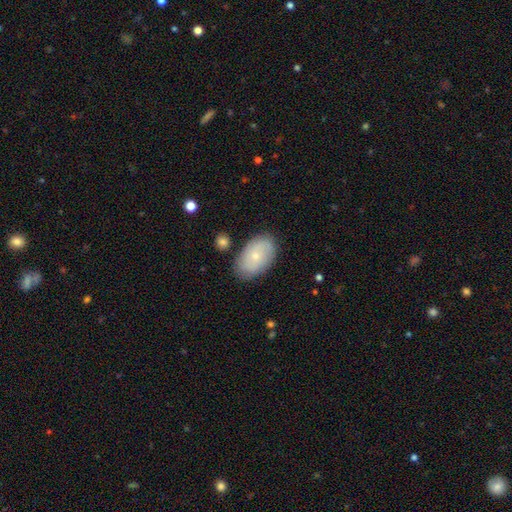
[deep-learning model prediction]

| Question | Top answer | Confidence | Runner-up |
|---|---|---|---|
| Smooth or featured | smooth | 56% | featured or disk (37%) |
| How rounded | in between | 91% | round (8%) |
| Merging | none | 78% | minor disturbance (15%) |